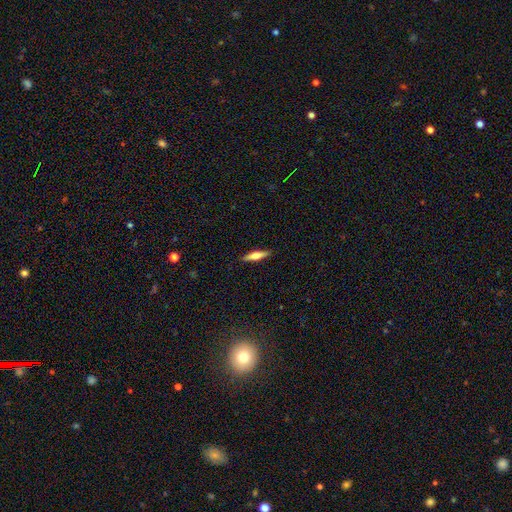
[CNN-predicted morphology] smooth_or_featured: smooth (p=0.52) [alt: featured or disk p=0.42]
how_rounded: cigar-shaped (p=0.75) [alt: in between p=0.23]
merging: none (p=0.89) [alt: minor disturbance p=0.08]